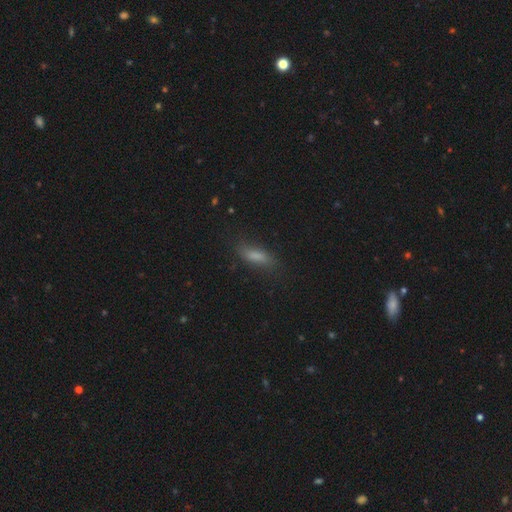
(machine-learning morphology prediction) A smooth galaxy with no disk features (69%) that is in between round and cigar-shaped (53%). Merging: none (76%).